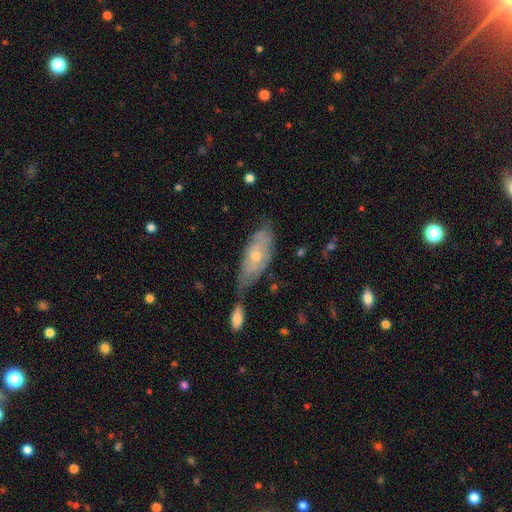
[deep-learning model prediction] Smooth or featured?
  - featured or disk: 52% *
  - smooth: 41%
  - star or artifact: 7%
Edge-on disk?
  - no: 81% *
  - yes: 19%
Merging?
  - none: 41% *
  - minor disturbance: 25%
  - merger: 23%
  - major disturbance: 11%